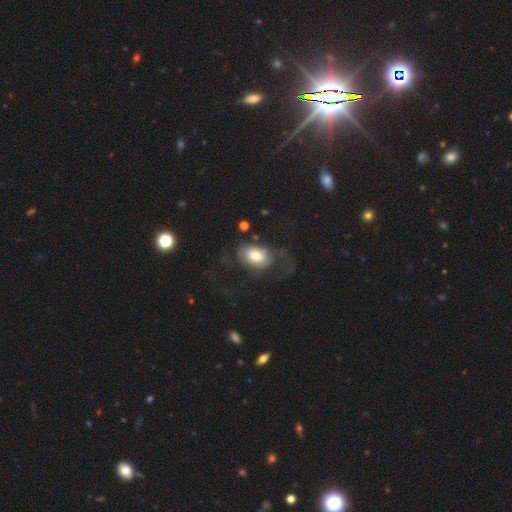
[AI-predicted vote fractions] This appears to be a smooth galaxy with no disk features (54%) that is in between round and cigar-shaped (82%). Merging: major disturbance (47%).